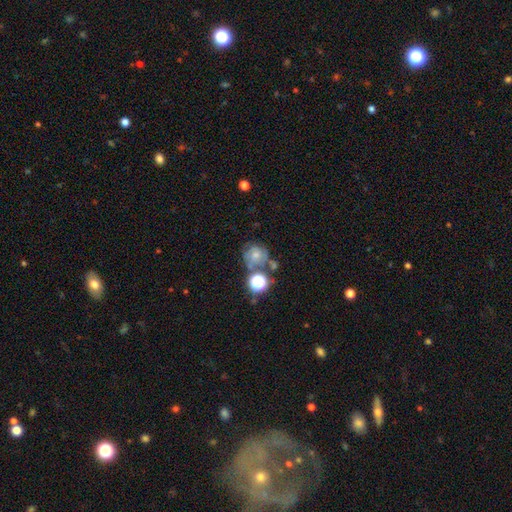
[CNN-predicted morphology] The model was most divided on "smooth or featured": smooth: 50%, featured or disk: 33%, star or artifact: 17%. Remaining: how rounded — round (81%); merging — none (47%).